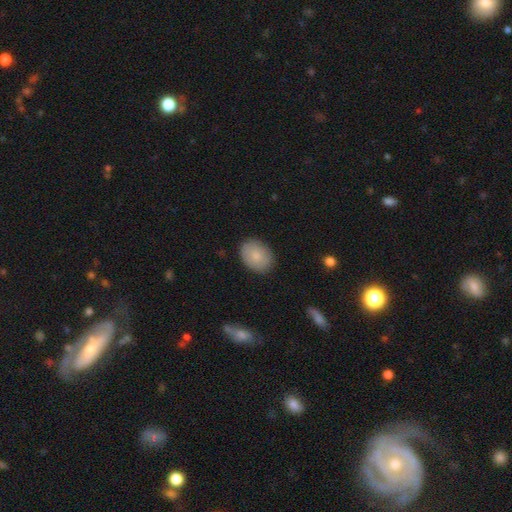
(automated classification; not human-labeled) smooth_or_featured: smooth (p=0.83) [alt: featured or disk p=0.10]
how_rounded: in between (p=0.70) [alt: round p=0.29]
merging: none (p=0.87) [alt: minor disturbance p=0.10]